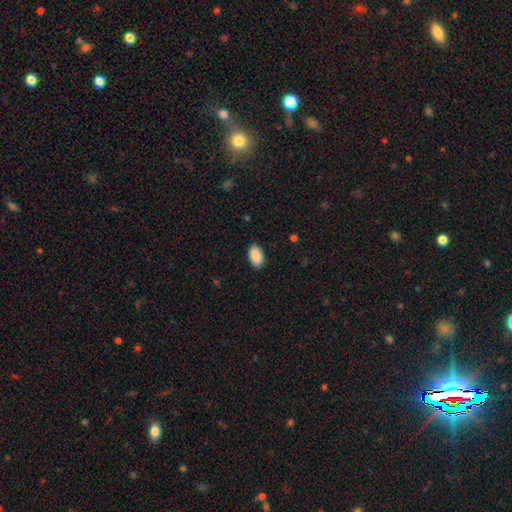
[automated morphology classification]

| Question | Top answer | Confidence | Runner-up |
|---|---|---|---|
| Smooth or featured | smooth | 91% | star or artifact (7%) |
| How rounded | in between | 95% | round (4%) |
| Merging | none | 89% | minor disturbance (8%) |